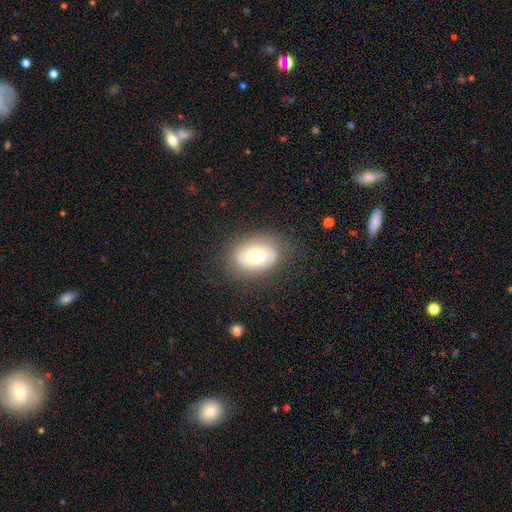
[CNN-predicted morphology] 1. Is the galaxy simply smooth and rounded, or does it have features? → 47% smooth, 45% featured or disk, 9% star or artifact.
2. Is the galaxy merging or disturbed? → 75% none, 17% minor disturbance, 7% major disturbance, 1% merger.